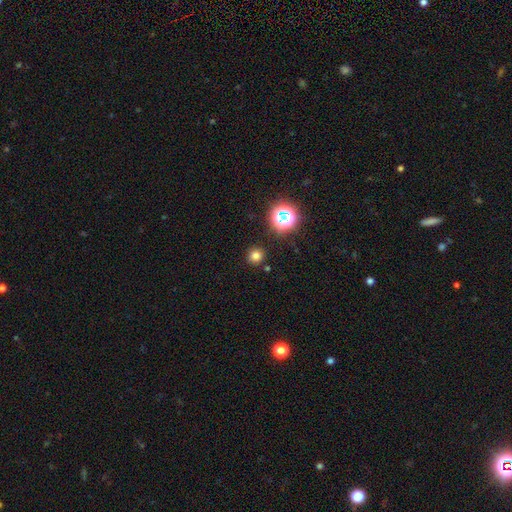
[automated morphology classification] This appears to be a smooth galaxy with no disk features (74%) that is round (92%). Merging: none (88%).